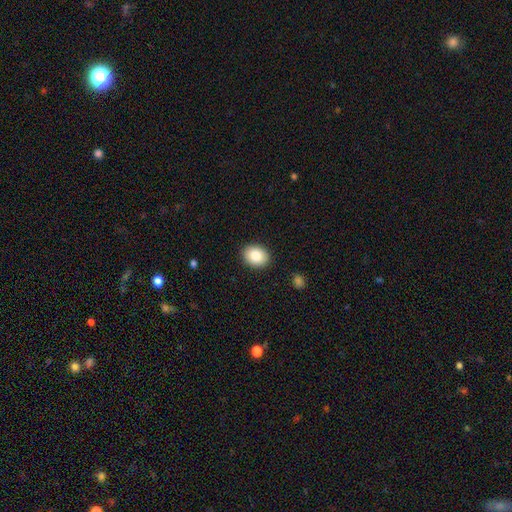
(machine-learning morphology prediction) Smooth or featured: smooth — 85% (star or artifact — 8%)
How rounded: in between — 57% (round — 42%)
Merging: none — 90% (minor disturbance — 7%)